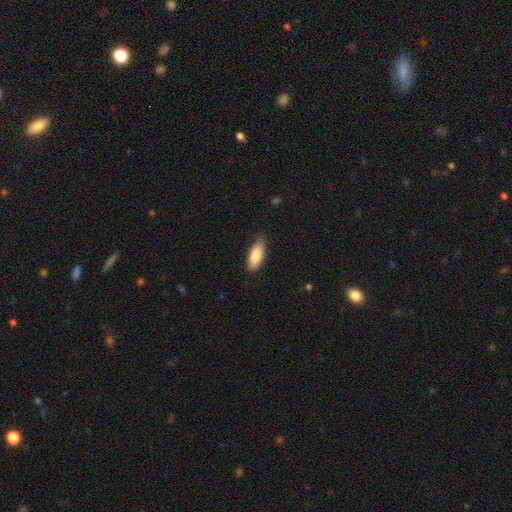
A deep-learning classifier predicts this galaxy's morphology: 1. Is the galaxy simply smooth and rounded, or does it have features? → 84% smooth, 10% featured or disk, 6% star or artifact.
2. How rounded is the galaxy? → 75% in between, 24% cigar-shaped, 2% round.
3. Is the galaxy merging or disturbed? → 79% none, 17% minor disturbance, 3% major disturbance, 1% merger.